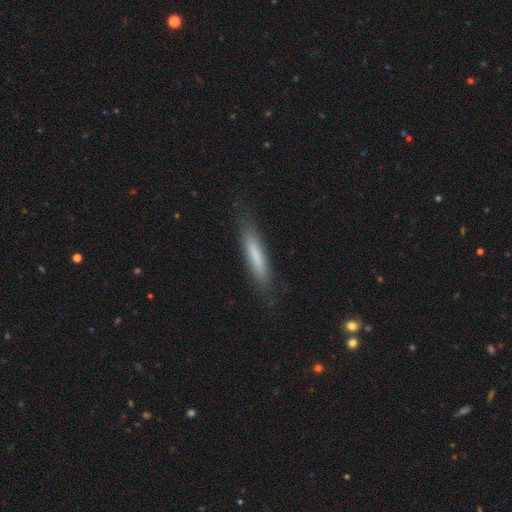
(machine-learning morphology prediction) The model was most divided on "smooth or featured": smooth: 72%, featured or disk: 21%, star or artifact: 7%. More confident: how rounded — cigar-shaped (86%); merging — none (83%).